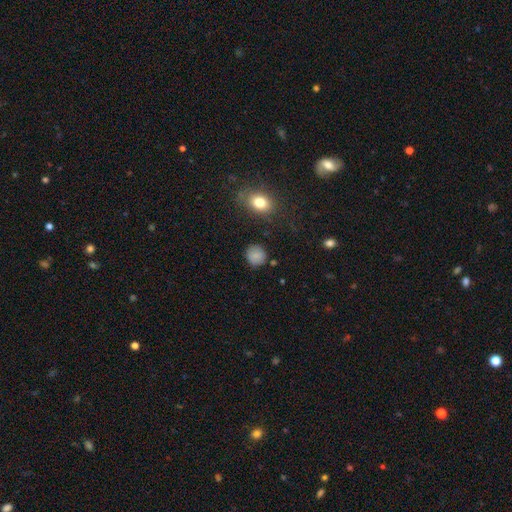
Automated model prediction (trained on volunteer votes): Smooth or featured?
  - smooth: 82% *
  - star or artifact: 10%
  - featured or disk: 7%
How rounded?
  - round: 87% *
  - in between: 12%
  - cigar-shaped: 1%
Merging?
  - none: 83% *
  - minor disturbance: 12%
  - major disturbance: 3%
  - merger: 2%